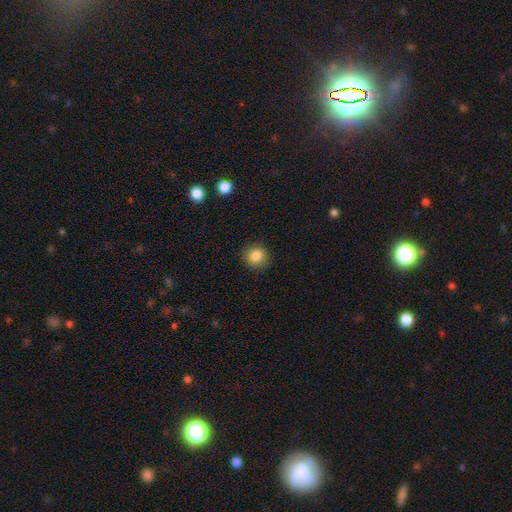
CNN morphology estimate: Q: Smooth or featured?
A: smooth (84%); runner-up: star or artifact (10%)
Q: How rounded?
A: round (89%); runner-up: in between (10%)
Q: Merging?
A: none (88%); runner-up: minor disturbance (9%)